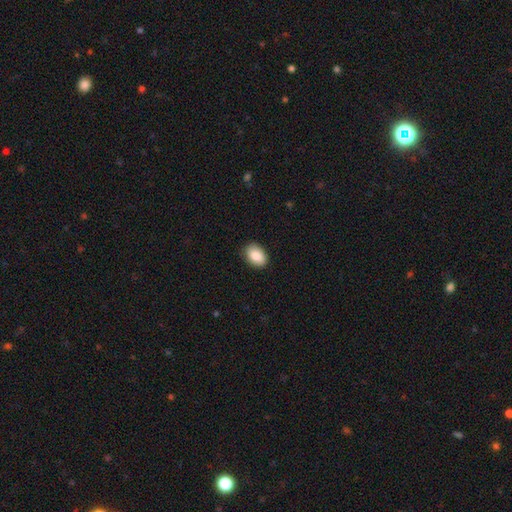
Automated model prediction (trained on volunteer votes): A smooth galaxy with no disk features (88%) that is in between round and cigar-shaped (86%). Merging: none (87%).